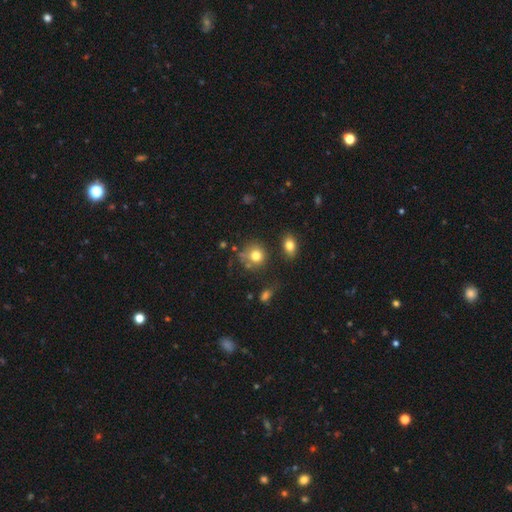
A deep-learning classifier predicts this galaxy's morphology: type=smooth (76%); roundness=round (81%); merging=none (60%).